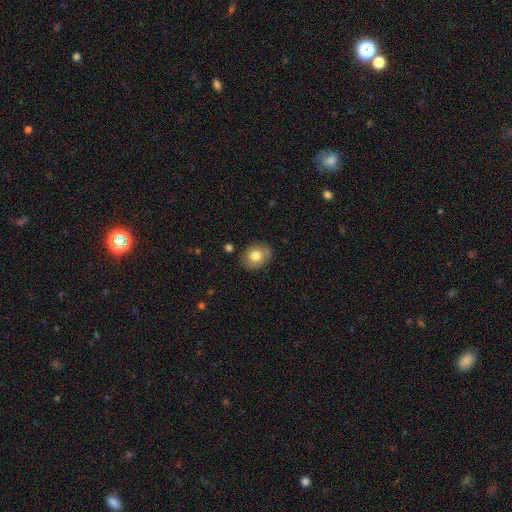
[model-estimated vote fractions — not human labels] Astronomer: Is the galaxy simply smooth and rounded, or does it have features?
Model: smooth — 77%.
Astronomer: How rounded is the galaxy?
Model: round — 51% (runner-up: in between, 49%).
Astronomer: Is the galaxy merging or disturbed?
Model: none — 81%.